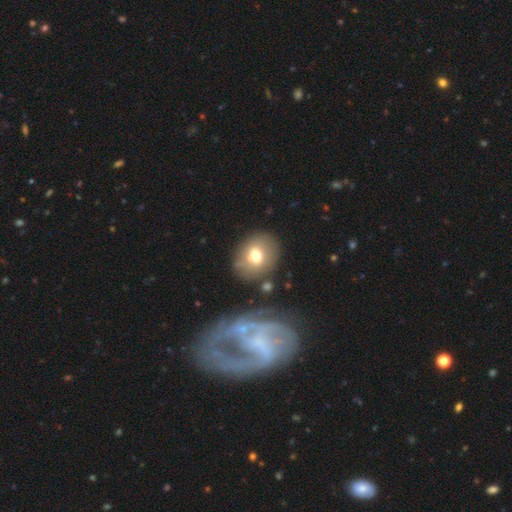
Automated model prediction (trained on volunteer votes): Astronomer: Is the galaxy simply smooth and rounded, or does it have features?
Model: smooth — 63%.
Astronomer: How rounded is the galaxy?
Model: round — 63%.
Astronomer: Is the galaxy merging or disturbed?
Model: none — 62%.